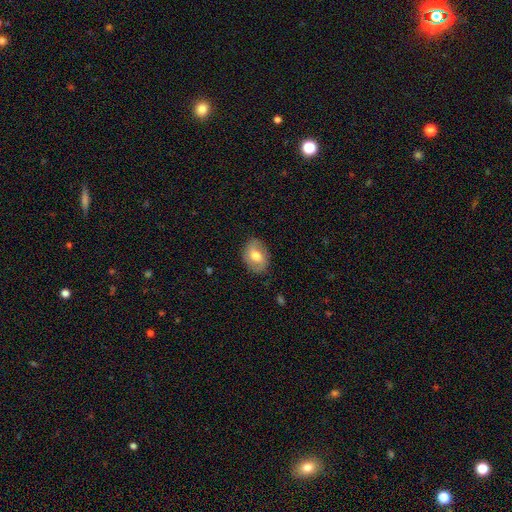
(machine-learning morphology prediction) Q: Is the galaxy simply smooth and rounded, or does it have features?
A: smooth — 57%.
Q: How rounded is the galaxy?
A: in between — 73%.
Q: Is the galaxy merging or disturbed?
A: none — 81%.